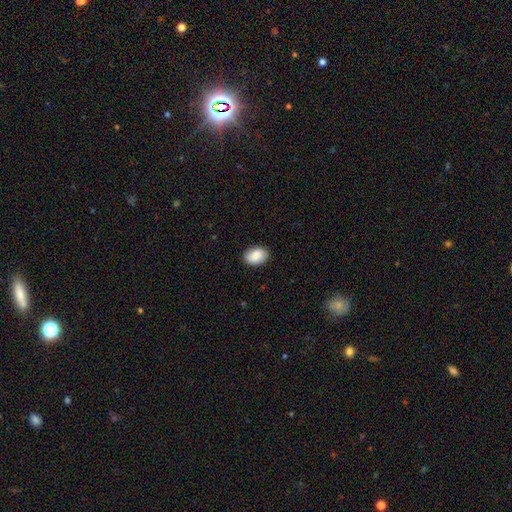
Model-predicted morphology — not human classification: A smooth galaxy with no disk features (81%) that is in between round and cigar-shaped (78%). Merging: none (86%).